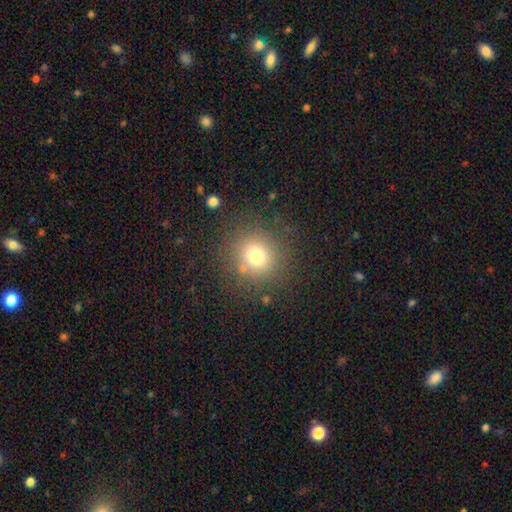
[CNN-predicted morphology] Smooth or featured? Predicted: smooth (p=0.71). How rounded? Predicted: round (p=0.91). Merging? Predicted: none (p=0.82).